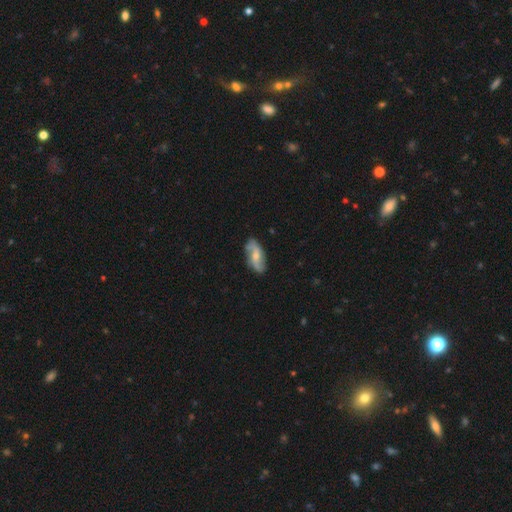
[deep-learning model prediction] A featured or disk galaxy (67%) with no bar (51%), 2 (87%) loose (65%) spiral arms (90%) and a moderate central bulge (48%). Merging: none (77%).